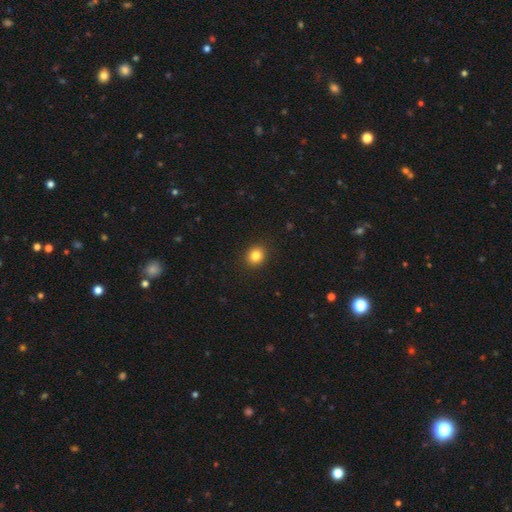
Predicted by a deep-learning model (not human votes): Smooth or featured? Predicted: smooth (p=0.83). How rounded? Predicted: round (p=0.81). Merging? Predicted: none (p=0.91).